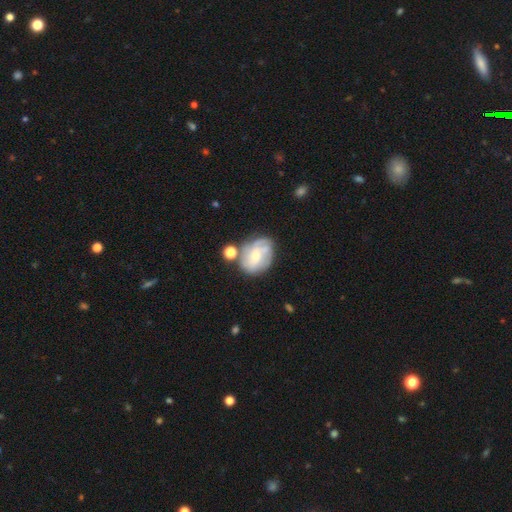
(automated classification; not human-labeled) Smooth or featured?
  - featured or disk: 60% *
  - smooth: 32%
  - star or artifact: 8%
Edge-on disk?
  - no: 97% *
  - yes: 3%
Bar?
  - no: 63% *
  - weak: 31%
  - strong: 6%
Spiral arms?
  - yes: 77% *
  - no: 23%
Bulge size?
  - small: 56% *
  - moderate: 36%
  - none: 4%
  - large: 3%
  - dominant: 1%
Merging?
  - none: 53% *
  - minor disturbance: 22%
  - merger: 14%
  - major disturbance: 11%